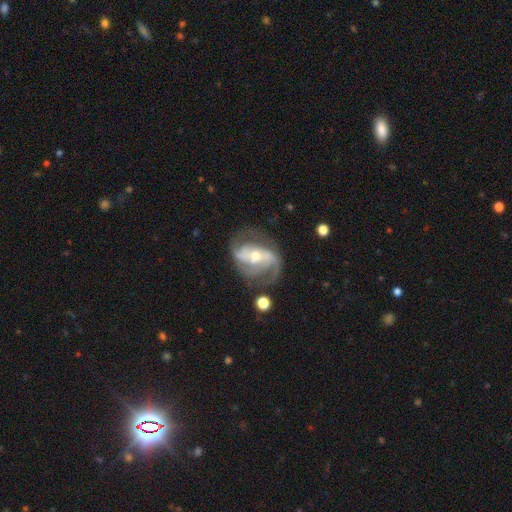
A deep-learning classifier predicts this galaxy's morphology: Overall: featured or disk (89%). Edge-on disk: no (98%). Bar: weak (39%, tied with no). Spiral arms: yes (96%). Spiral arm count: 2 (42%; 3 33%). Spiral winding: medium (50%; tight 25%). Bulge size: moderate (52%; small 43%). Merging: none (63%).